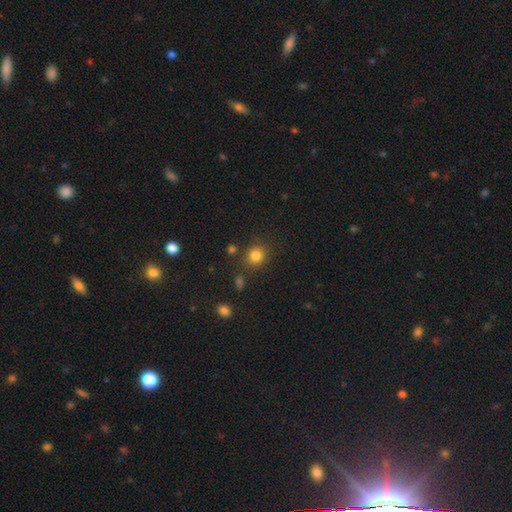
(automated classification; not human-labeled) The model was most divided on "how rounded": round: 83%, in between: 16%, cigar-shaped: 1%. More confident: smooth or featured — smooth (82%); merging — none (81%).